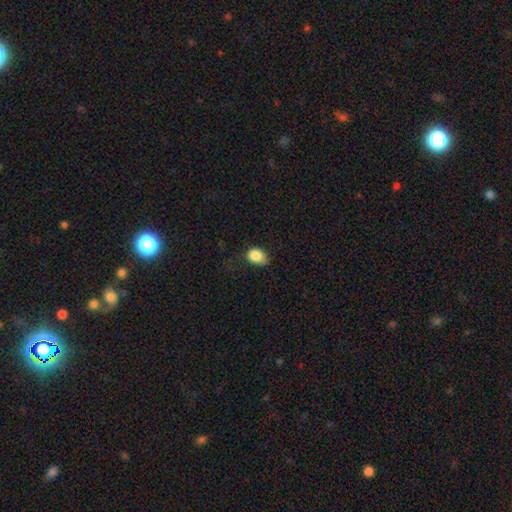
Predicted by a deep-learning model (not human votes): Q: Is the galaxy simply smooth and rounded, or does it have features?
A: smooth — 86%.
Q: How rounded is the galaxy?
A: in between — 67%.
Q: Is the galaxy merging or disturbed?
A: none — 48%.